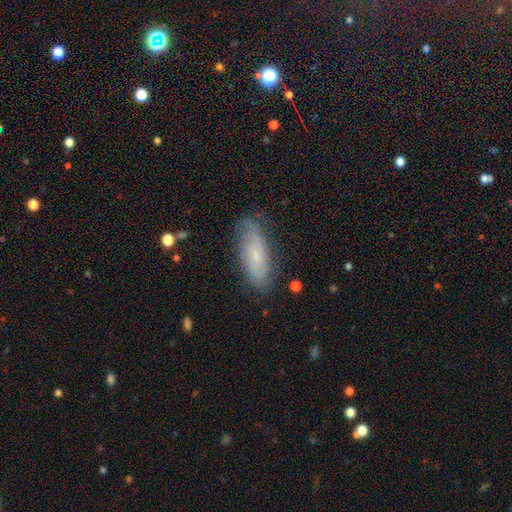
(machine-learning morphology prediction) Q: Smooth or featured?
A: featured or disk (53%); runner-up: smooth (39%)
Q: Edge-on disk?
A: no (83%); runner-up: yes (17%)
Q: Merging?
A: none (74%); runner-up: minor disturbance (19%)